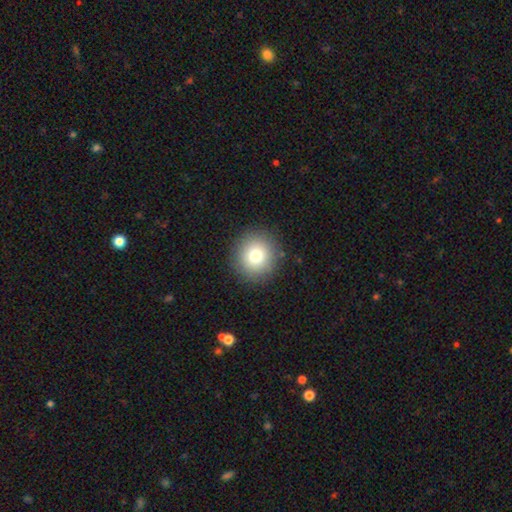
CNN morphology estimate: Overall: smooth (77%). How rounded: round (93%). Merging: none (90%).